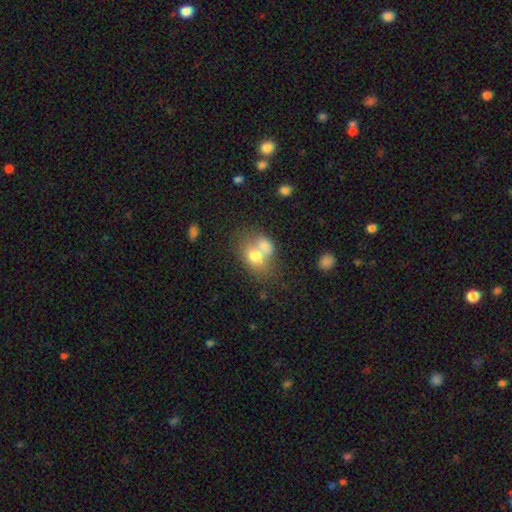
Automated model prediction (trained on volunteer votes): This appears to be a smooth galaxy with no disk features (70%) that is in between round and cigar-shaped (58%). Merging: merger (58%).